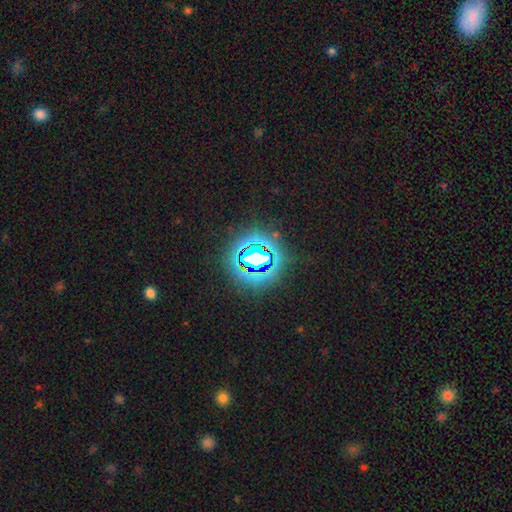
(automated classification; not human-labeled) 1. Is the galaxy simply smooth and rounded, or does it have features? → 74% star or artifact, 15% smooth, 10% featured or disk.